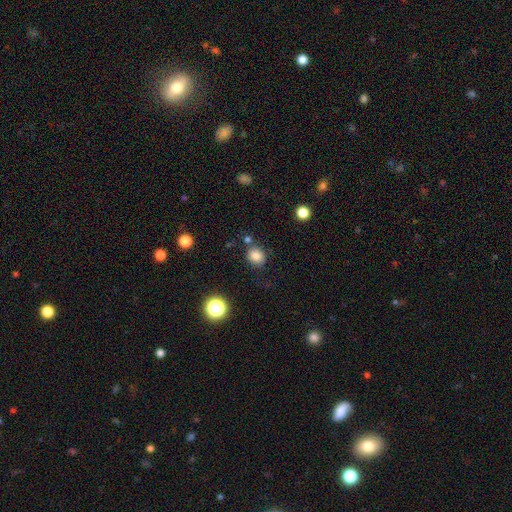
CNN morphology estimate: smooth_or_featured: smooth (p=0.83) [alt: star or artifact p=0.12]
how_rounded: round (p=0.67) [alt: in between p=0.32]
merging: none (p=0.77) [alt: minor disturbance p=0.12]